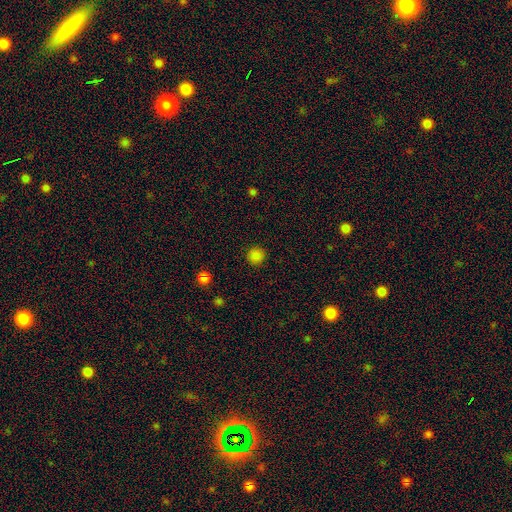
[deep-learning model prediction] A smooth galaxy with no disk features (84%) that is round (94%). Merging: none (91%).